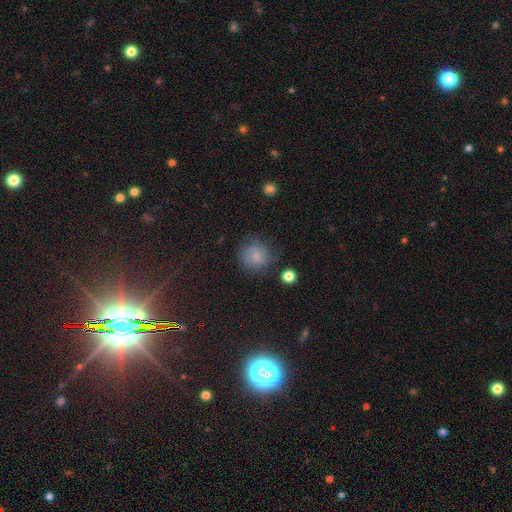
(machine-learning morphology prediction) smooth_or_featured: smooth (p=0.78) [alt: star or artifact p=0.12]
how_rounded: round (p=0.90) [alt: in between p=0.09]
merging: none (p=0.70) [alt: minor disturbance p=0.19]